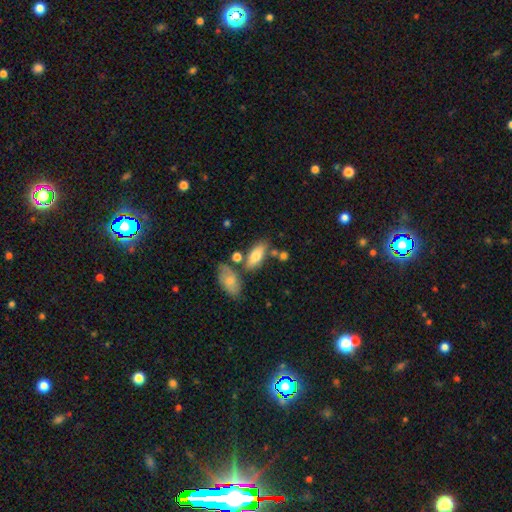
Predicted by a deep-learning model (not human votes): A smooth galaxy with no disk features (75%) that is in between round and cigar-shaped (78%). Merging: none (61%).